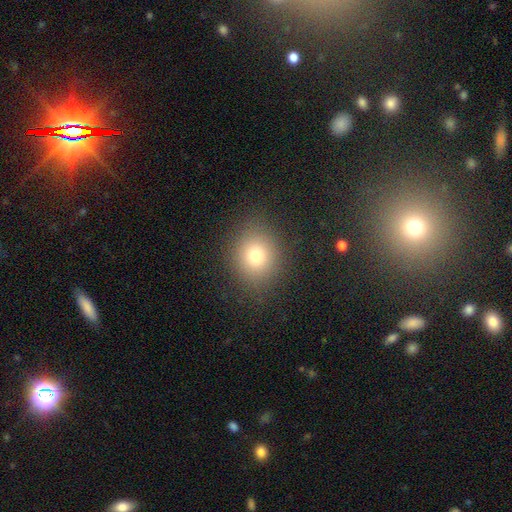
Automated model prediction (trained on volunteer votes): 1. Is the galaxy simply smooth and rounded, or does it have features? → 74% smooth, 16% star or artifact, 10% featured or disk.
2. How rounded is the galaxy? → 80% round, 19% in between, 1% cigar-shaped.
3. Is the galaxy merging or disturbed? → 86% none, 8% minor disturbance, 4% major disturbance, 1% merger.